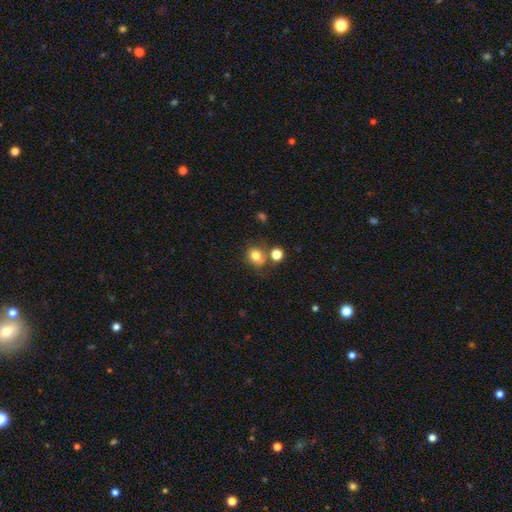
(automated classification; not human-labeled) The model was most divided on "how rounded": round: 65%, in between: 34%, cigar-shaped: 1%. More confident: smooth or featured — smooth (78%); merging — none (60%).